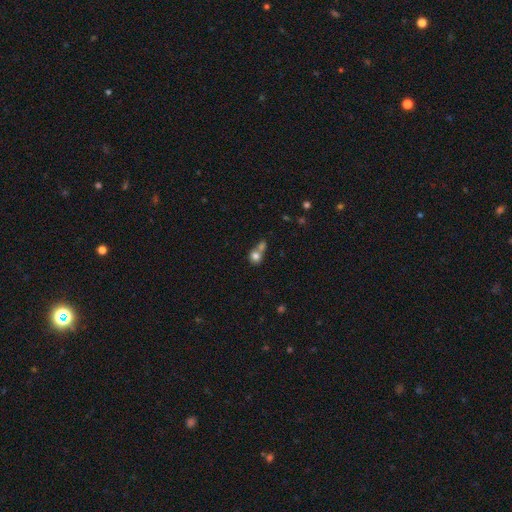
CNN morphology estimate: Smooth or featured? smooth (77%)
How rounded? round (76%)
Merging? merger (57%)